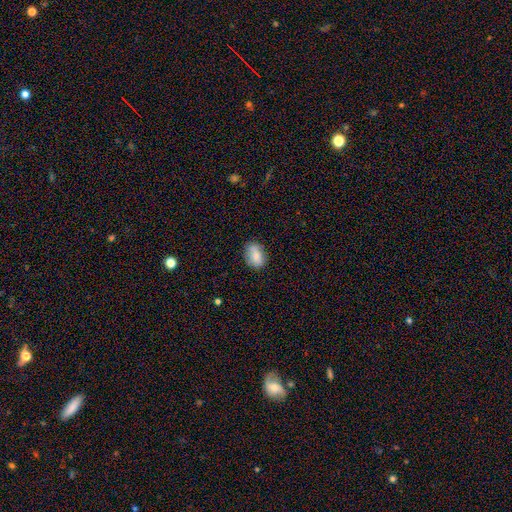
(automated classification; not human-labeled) smooth-or-featured: smooth: 78% | featured or disk: 14% | star or artifact: 8%
  how-rounded: in between: 75% | round: 23% | cigar-shaped: 2%
  merging: none: 77% | minor disturbance: 18% | major disturbance: 4% | merger: 1%